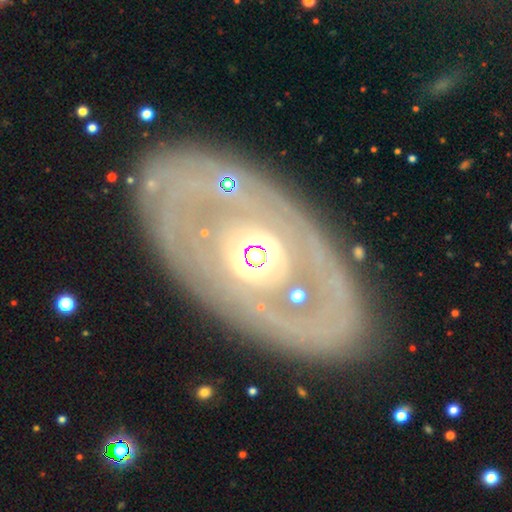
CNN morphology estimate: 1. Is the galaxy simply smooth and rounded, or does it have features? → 66% featured or disk, 20% smooth, 14% star or artifact.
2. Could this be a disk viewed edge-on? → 89% no, 11% yes.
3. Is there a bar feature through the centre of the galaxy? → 59% no, 22% strong, 19% weak.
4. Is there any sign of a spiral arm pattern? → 54% yes, 46% no.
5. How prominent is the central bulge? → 49% moderate, 32% large, 10% small, 6% dominant, 3% none.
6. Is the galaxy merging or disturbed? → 70% none, 13% minor disturbance, 12% major disturbance, 5% merger.